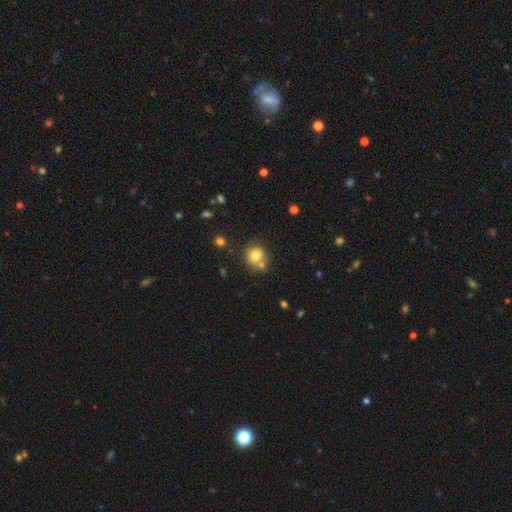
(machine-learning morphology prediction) Smooth or featured? Predicted: smooth (p=0.78). How rounded? Predicted: round (p=0.88). Merging? Predicted: none (p=0.64).